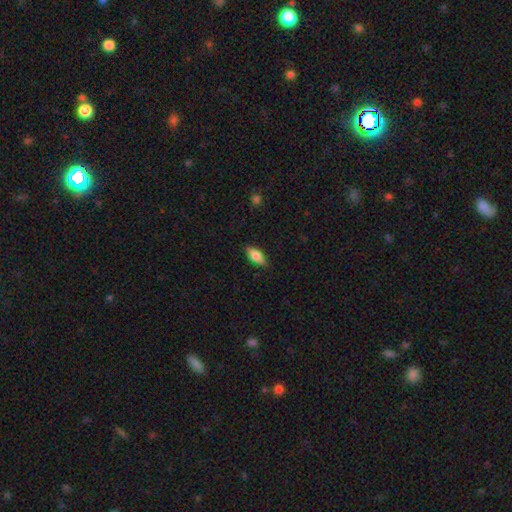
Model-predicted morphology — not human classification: Overall: smooth (78%). How rounded: in between (84%). Merging: none (84%).